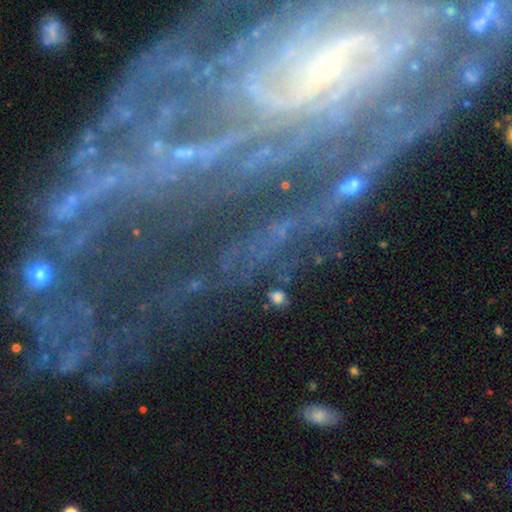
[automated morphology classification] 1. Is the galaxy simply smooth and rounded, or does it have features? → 71% featured or disk, 19% star or artifact, 9% smooth.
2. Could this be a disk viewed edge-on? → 93% no, 7% yes.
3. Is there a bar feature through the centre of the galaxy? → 36% no, 35% strong, 29% weak.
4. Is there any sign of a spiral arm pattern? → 96% yes, 4% no.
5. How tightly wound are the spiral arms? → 65% tight, 27% medium, 8% loose.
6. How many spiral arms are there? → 24% can't tell, 19% 2, 19% 3, 14% 4, 13% more than 4, 12% 1.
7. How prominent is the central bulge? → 65% small, 21% moderate, 7% none, 4% large, 2% dominant.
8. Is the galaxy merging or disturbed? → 67% none, 16% minor disturbance, 12% major disturbance, 4% merger.